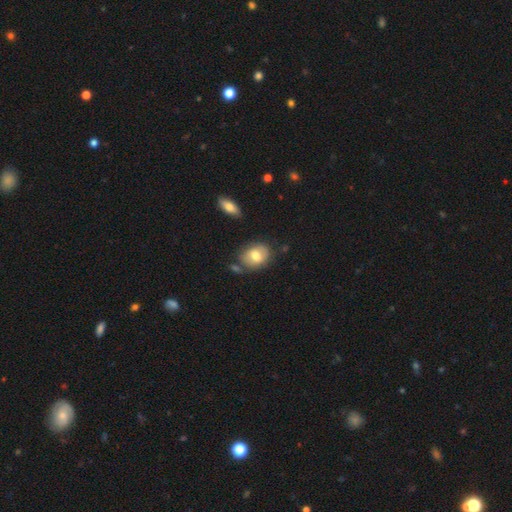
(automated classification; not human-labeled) Morphology: type=smooth (72%); roundness=in between (60%); merging=none (69%).